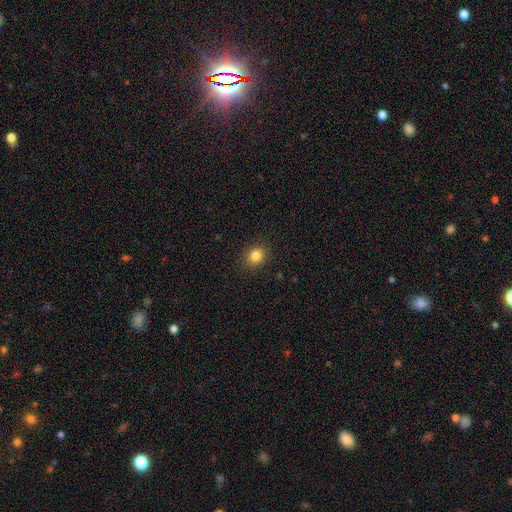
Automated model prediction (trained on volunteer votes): Q: Smooth or featured?
A: smooth (83%); runner-up: star or artifact (11%)
Q: How rounded?
A: round (63%); runner-up: in between (36%)
Q: Merging?
A: none (89%); runner-up: minor disturbance (8%)